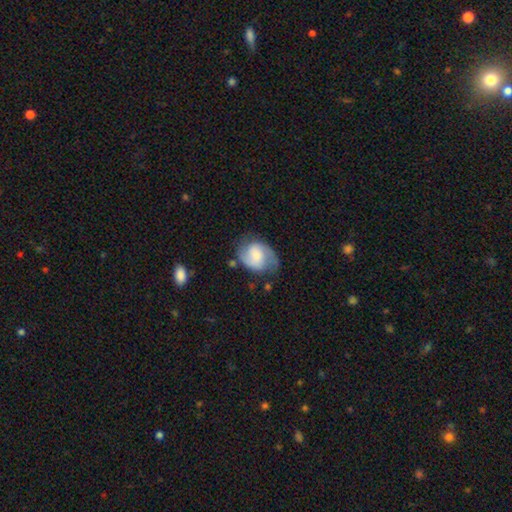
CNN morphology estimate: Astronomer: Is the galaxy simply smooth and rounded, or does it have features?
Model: featured or disk — 55% (runner-up: smooth, 38%).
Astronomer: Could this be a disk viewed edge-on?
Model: no — 97%.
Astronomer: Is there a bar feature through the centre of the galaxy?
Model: no — 51% (runner-up: weak, 39%).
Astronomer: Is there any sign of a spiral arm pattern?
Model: yes — 87%.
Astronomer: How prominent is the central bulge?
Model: moderate — 36% (runner-up: small, 35%).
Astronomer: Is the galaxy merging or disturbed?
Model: none — 56%.